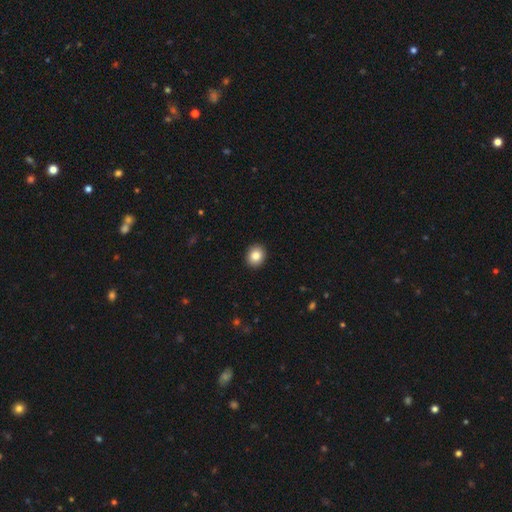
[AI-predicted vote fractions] Q: Smooth or featured?
A: smooth (85%); runner-up: star or artifact (9%)
Q: How rounded?
A: round (71%); runner-up: in between (28%)
Q: Merging?
A: none (92%); runner-up: minor disturbance (5%)